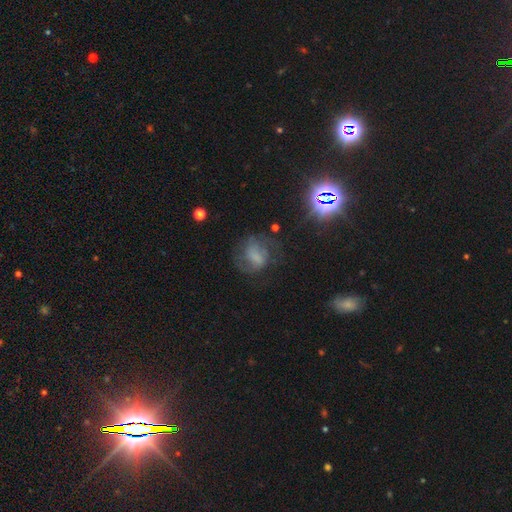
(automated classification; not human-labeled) A featured or disk galaxy (51%). Merging: none (55%).